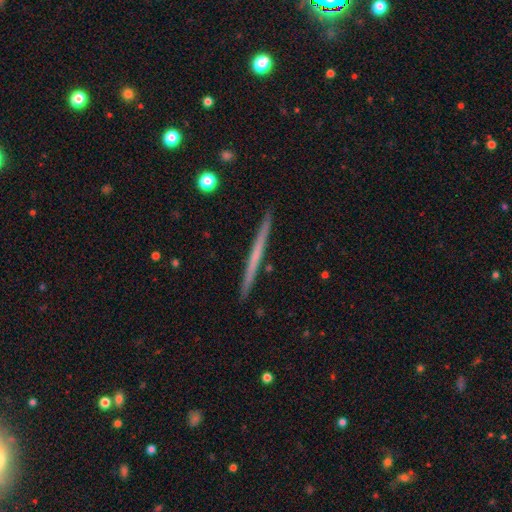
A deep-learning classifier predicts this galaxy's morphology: A featured or disk galaxy (53%) viewed edge-on (98%) with no central bulge (91%). Merging: none (93%).